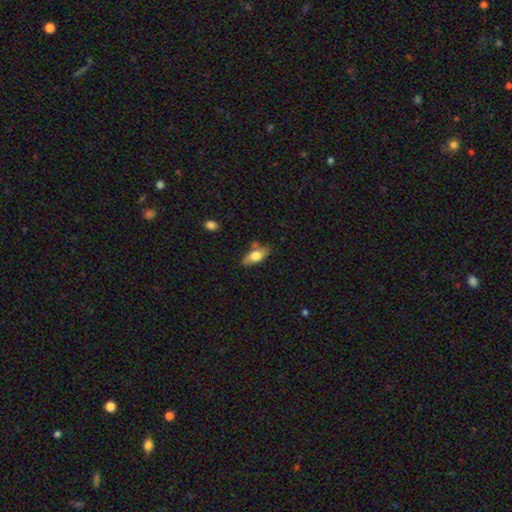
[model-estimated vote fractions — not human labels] Smooth or featured? Predicted: smooth (p=0.68). How rounded? Predicted: in between (p=0.83). Merging? Predicted: none (p=0.69).